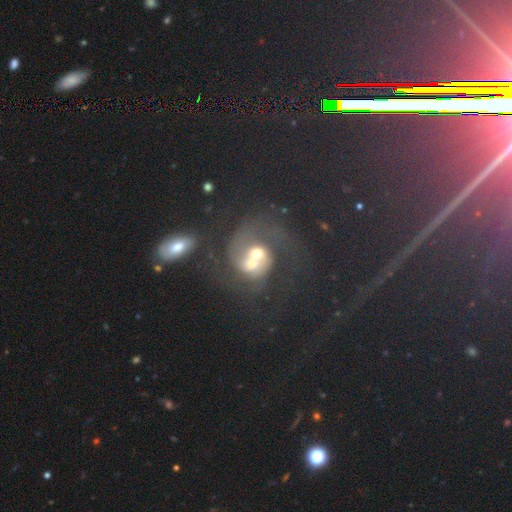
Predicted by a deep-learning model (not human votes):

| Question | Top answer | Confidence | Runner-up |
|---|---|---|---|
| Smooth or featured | featured or disk | 58% | smooth (28%) |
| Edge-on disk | no | 97% | yes (3%) |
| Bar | no | 77% | weak (18%) |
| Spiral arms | yes | 69% | no (31%) |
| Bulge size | moderate | 58% | small (22%) |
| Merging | merger | 63% | none (17%) |